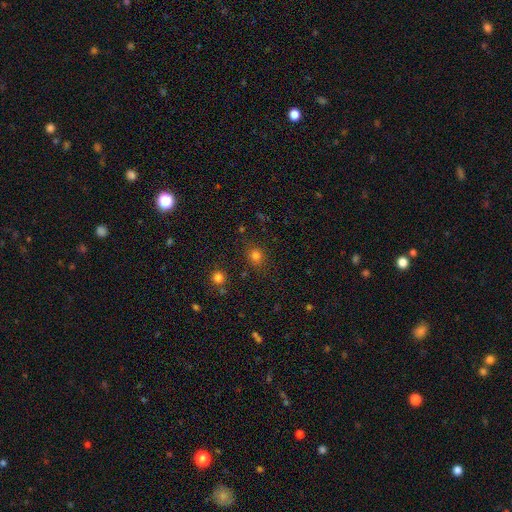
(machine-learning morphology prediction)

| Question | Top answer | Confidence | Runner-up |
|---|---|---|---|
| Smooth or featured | smooth | 77% | star or artifact (18%) |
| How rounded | round | 80% | in between (19%) |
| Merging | none | 84% | minor disturbance (10%) |